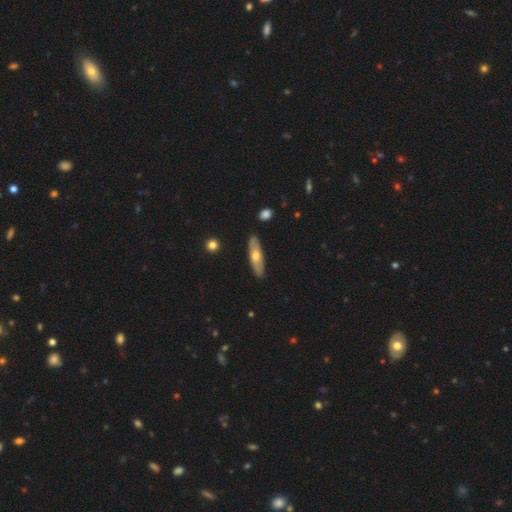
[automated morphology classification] The model was most divided on "smooth or featured": smooth: 53%, featured or disk: 42%, star or artifact: 5%. More confident: merging — none (87%); how rounded — cigar-shaped (63%).